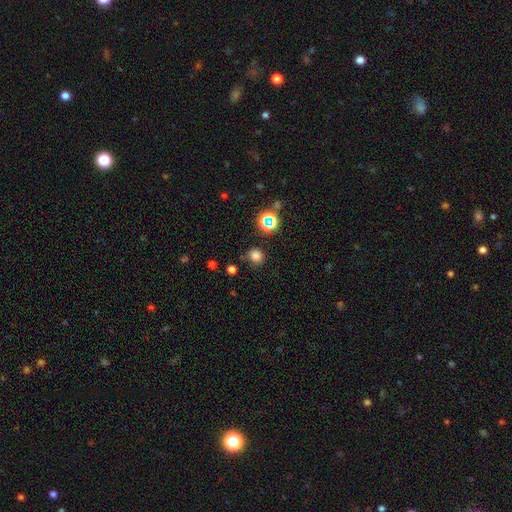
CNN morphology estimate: Overall: smooth (75%). How rounded: round (86%). Merging: none (82%).